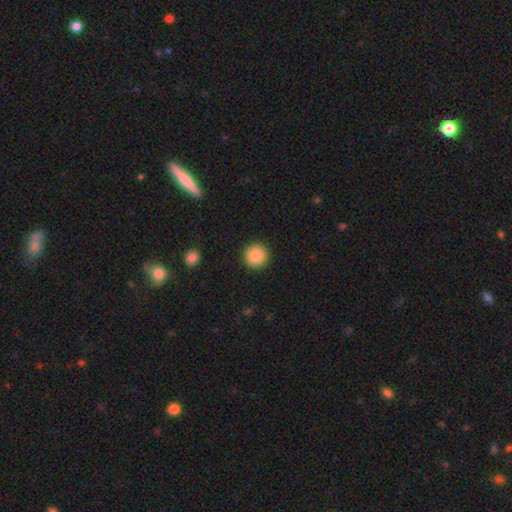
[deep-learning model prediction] The model was most divided on "smooth or featured": smooth: 88%, star or artifact: 8%, featured or disk: 3%. More confident: how rounded — round (96%); merging — none (92%).